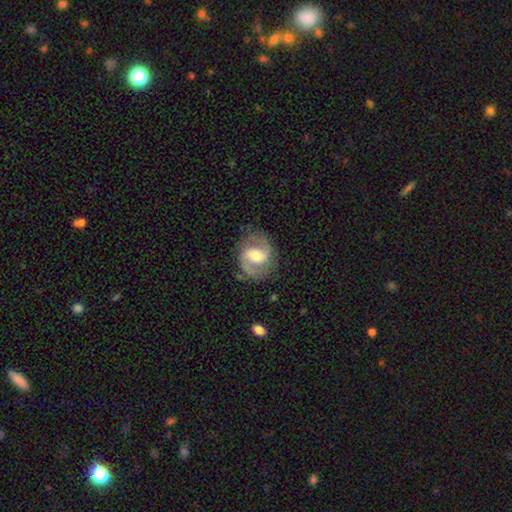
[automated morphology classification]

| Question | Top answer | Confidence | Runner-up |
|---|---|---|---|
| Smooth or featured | featured or disk | 80% | smooth (14%) |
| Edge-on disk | no | 98% | yes (2%) |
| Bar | weak | 49% | no (29%) |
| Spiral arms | yes | 93% | no (7%) |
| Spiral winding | medium | 56% | loose (23%) |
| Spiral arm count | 2 | 91% | can't tell (4%) |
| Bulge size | moderate | 64% | small (22%) |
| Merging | none | 78% | minor disturbance (14%) |